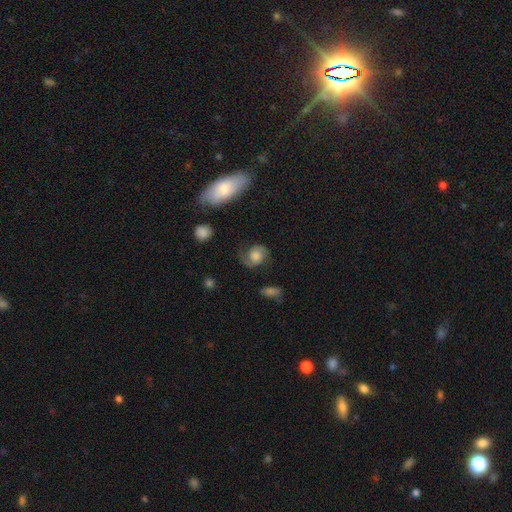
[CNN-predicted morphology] smooth_or_featured: featured or disk (p=0.56) [alt: smooth p=0.36]
disk_edge_on: no (p=0.97) [alt: yes p=0.03]
bar: no (p=0.71) [alt: weak p=0.25]
has_spiral_arms: yes (p=0.91) [alt: no p=0.09]
bulge_size: large (p=0.39) [alt: moderate p=0.29]
merging: none (p=0.61) [alt: minor disturbance p=0.23]